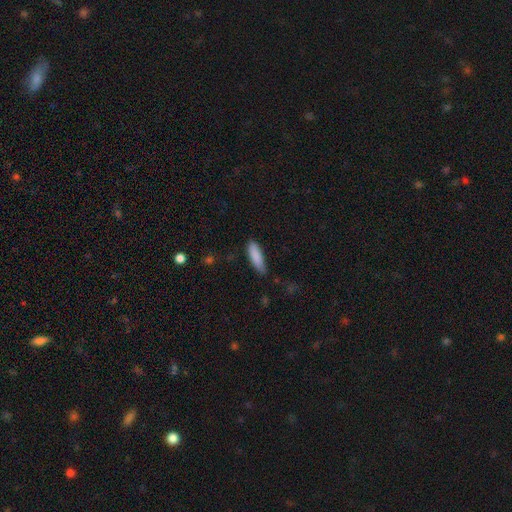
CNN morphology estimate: Smooth or featured?
  - smooth: 87% *
  - featured or disk: 7%
  - star or artifact: 6%
How rounded?
  - cigar-shaped: 59% *
  - in between: 39%
  - round: 1%
Merging?
  - none: 77% *
  - minor disturbance: 18%
  - major disturbance: 3%
  - merger: 2%